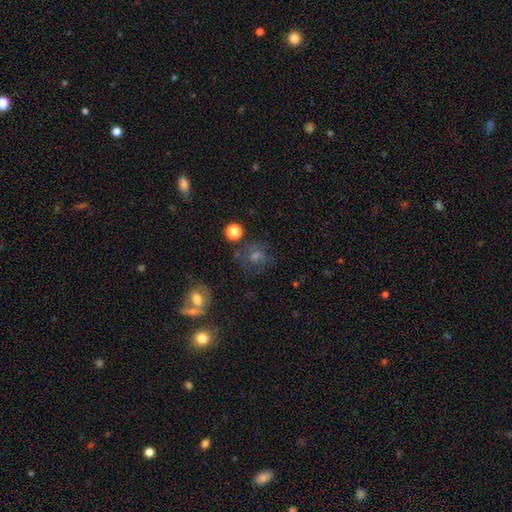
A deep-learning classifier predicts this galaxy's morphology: type=smooth (37%); merging=none (64%).